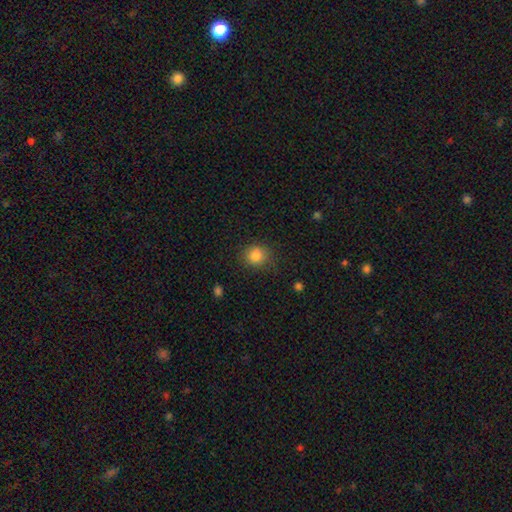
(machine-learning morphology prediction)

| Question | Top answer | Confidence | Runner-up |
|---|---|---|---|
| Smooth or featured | smooth | 84% | star or artifact (11%) |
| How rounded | round | 82% | in between (17%) |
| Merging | none | 81% | minor disturbance (13%) |